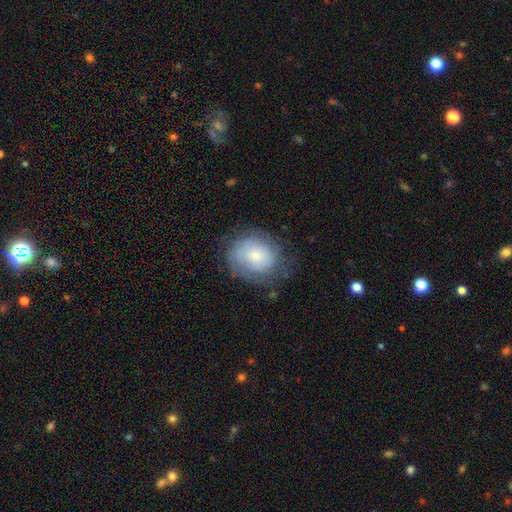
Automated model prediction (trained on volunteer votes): Smooth or featured? smooth (54%)
How rounded? round (61%)
Merging? none (66%)